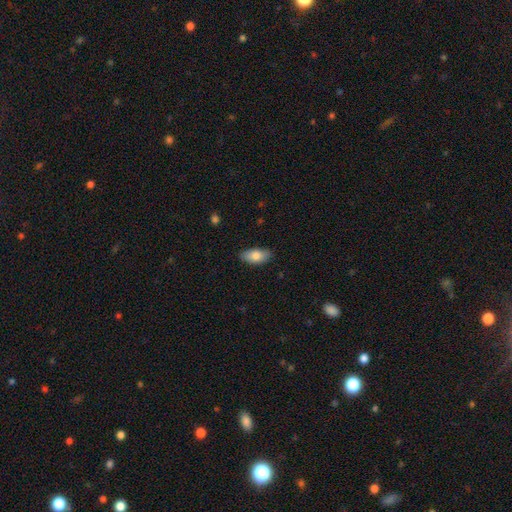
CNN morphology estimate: A smooth galaxy with no disk features (81%) that is in between round and cigar-shaped (91%).

Vote fractions:
- Smooth or featured? smooth: 81% / featured or disk: 13% / star or artifact: 6%
- How rounded? in between: 91% / cigar-shaped: 6% / round: 3%
- Merging? none: 85% / minor disturbance: 12% / major disturbance: 2% / merger: 1%